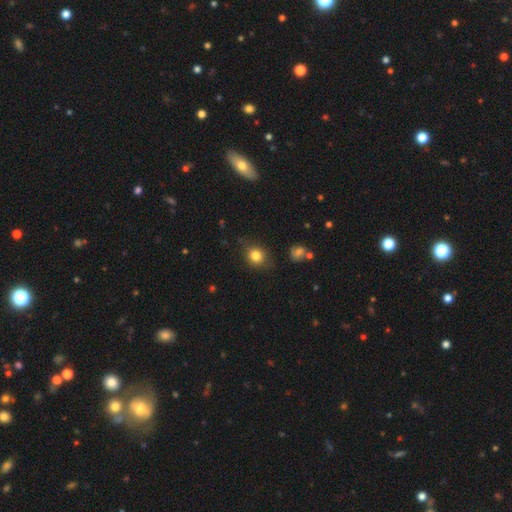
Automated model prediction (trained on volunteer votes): Q: Smooth or featured?
A: smooth (82%); runner-up: star or artifact (11%)
Q: How rounded?
A: round (66%); runner-up: in between (33%)
Q: Merging?
A: none (77%); runner-up: minor disturbance (17%)